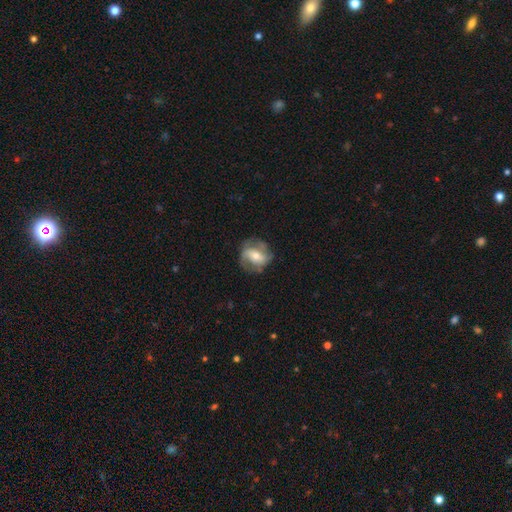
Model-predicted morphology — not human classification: The model was most divided on "bar" (2-way tie): weak: 35%, strong: 35%, no: 31%. More confident: edge-on disk — no (95%); spiral arms — yes (77%); merging — none (69%); smooth or featured — featured or disk (64%); bulge size — moderate (56%).